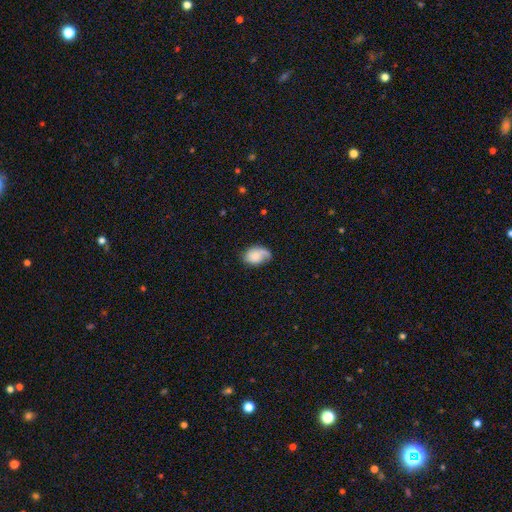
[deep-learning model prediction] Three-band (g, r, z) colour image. It shows a smooth galaxy with no disk features (62%) that is in between round and cigar-shaped (82%). Merging: none (53%).